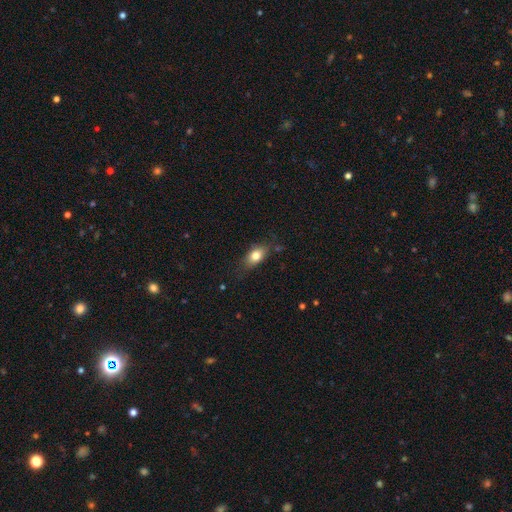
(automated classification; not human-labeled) A smooth galaxy with no disk features (79%) that is in between round and cigar-shaped (83%). Merging: none (74%).